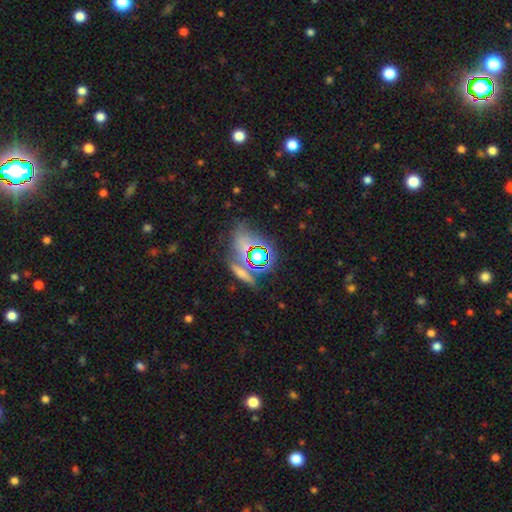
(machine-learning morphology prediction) Smooth or featured?
  - star or artifact: 48% *
  - smooth: 37%
  - featured or disk: 15%